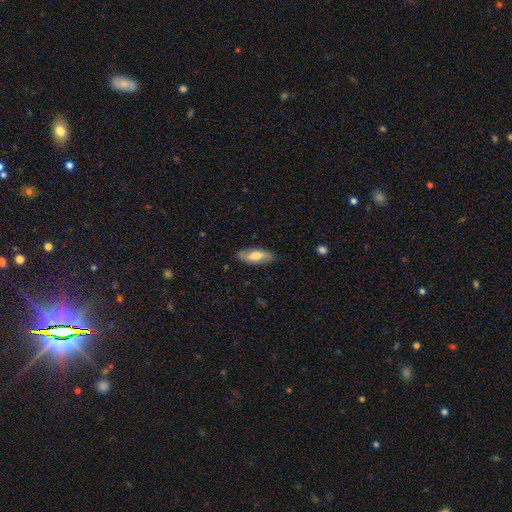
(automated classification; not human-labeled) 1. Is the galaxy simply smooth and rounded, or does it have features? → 64% smooth, 30% featured or disk, 6% star or artifact.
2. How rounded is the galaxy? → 71% in between, 27% cigar-shaped, 2% round.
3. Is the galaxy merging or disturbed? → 83% none, 13% minor disturbance, 3% major disturbance, 1% merger.